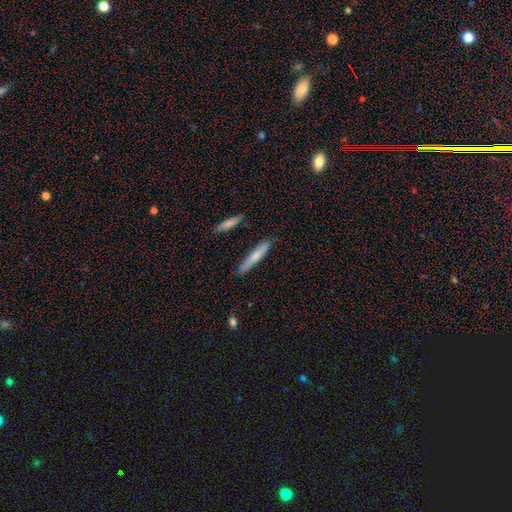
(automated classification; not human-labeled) This appears to be a smooth galaxy with no disk features (64%) that is cigar-shaped (93%). Merging: none (85%).